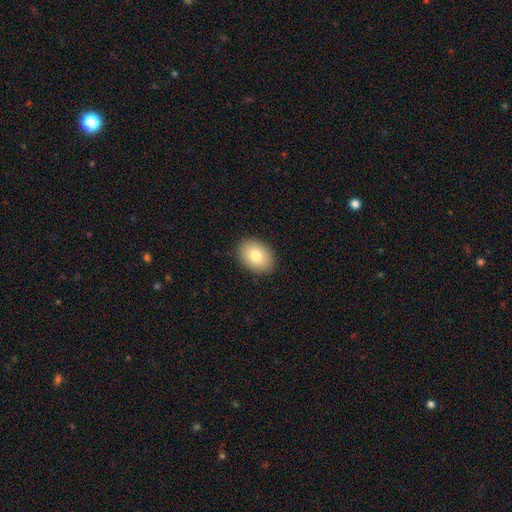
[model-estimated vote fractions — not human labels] Morphology: type=smooth (80%); roundness=in between (76%); merging=none (89%).